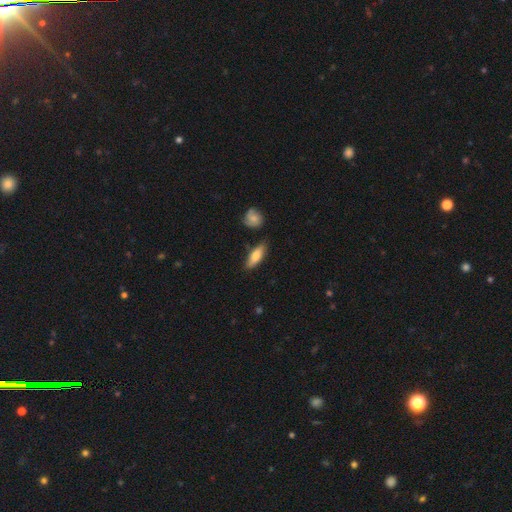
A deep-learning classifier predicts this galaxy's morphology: Smooth or featured? smooth (74%)
How rounded? in between (56%)
Merging? none (79%)